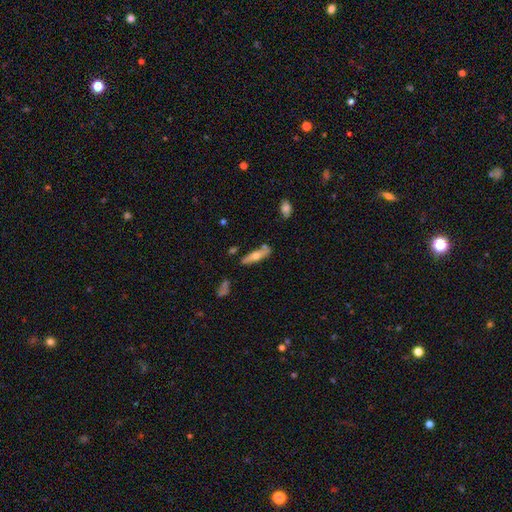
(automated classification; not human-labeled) Smooth or featured? smooth (55%)
How rounded? cigar-shaped (65%)
Merging? none (73%)